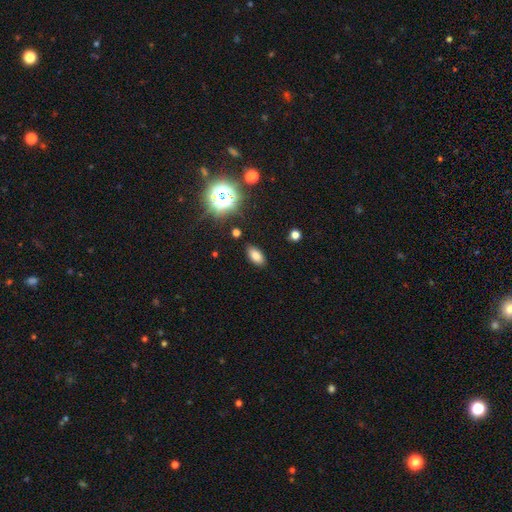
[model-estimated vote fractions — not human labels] This appears to be a smooth galaxy with no disk features (75%) that is in between round and cigar-shaped (90%). Merging: none (87%).